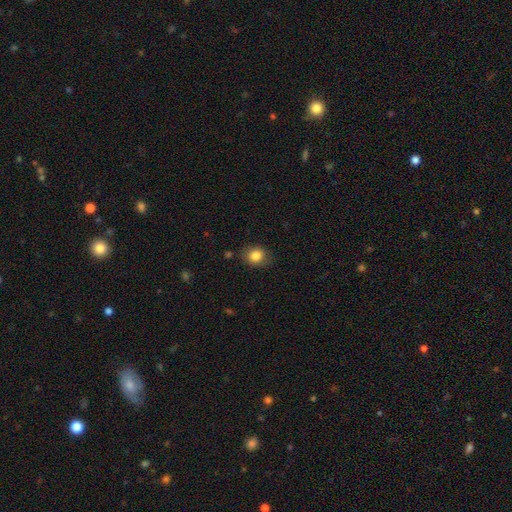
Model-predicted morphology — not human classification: A smooth galaxy with no disk features (84%) that is round (63%). Merging: none (80%).